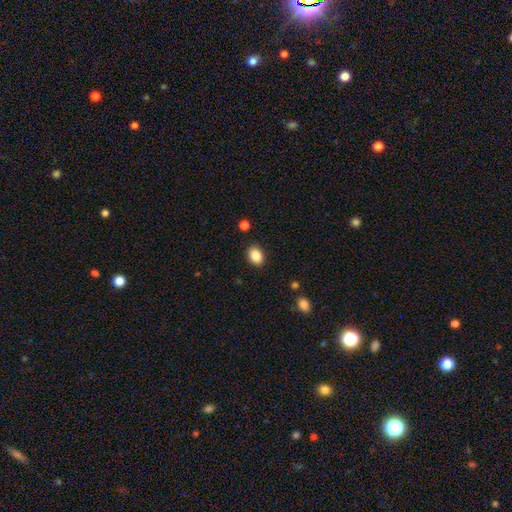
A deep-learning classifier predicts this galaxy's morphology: A smooth galaxy with no disk features (88%) that is in between round and cigar-shaped (67%). Merging: none (88%).